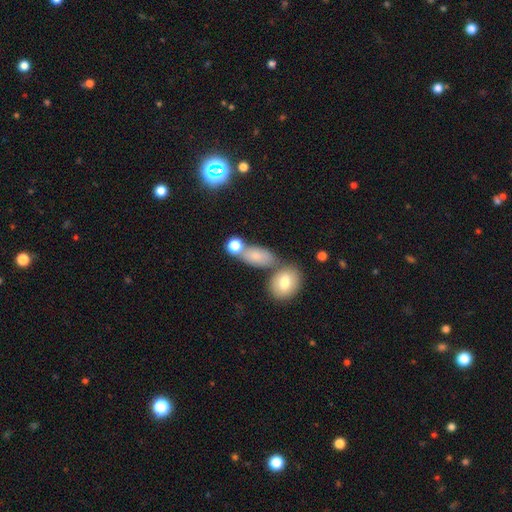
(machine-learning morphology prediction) This appears to be a smooth galaxy with no disk features (75%) that is in between round and cigar-shaped (76%). Merging: none (54%).